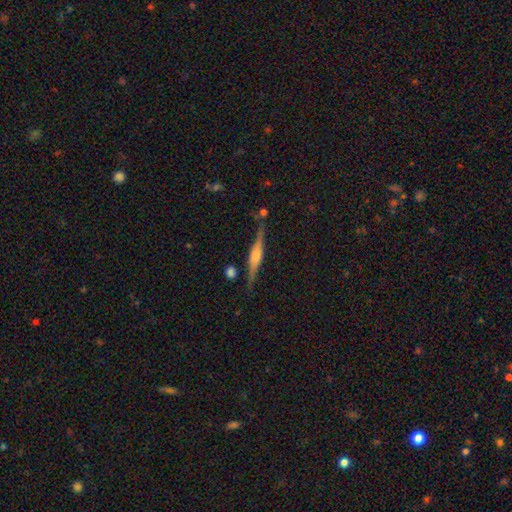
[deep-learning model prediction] Morphology: type=featured or disk (79%); edge-on=yes (97%); edge-on bulge=rounded (71%); merging=none (80%).